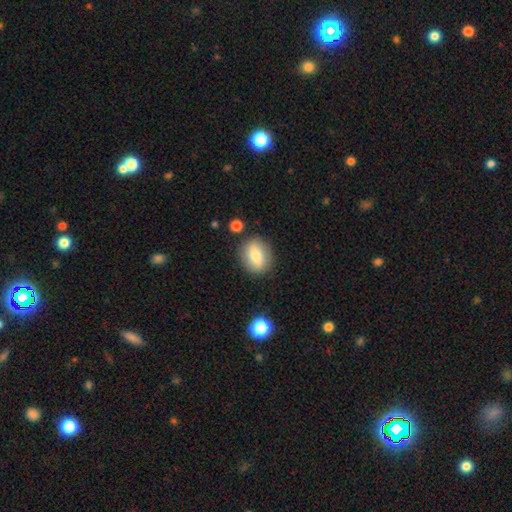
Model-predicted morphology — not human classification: This appears to be a smooth galaxy with no disk features (71%) that is in between round and cigar-shaped (50%). Merging: none (84%).